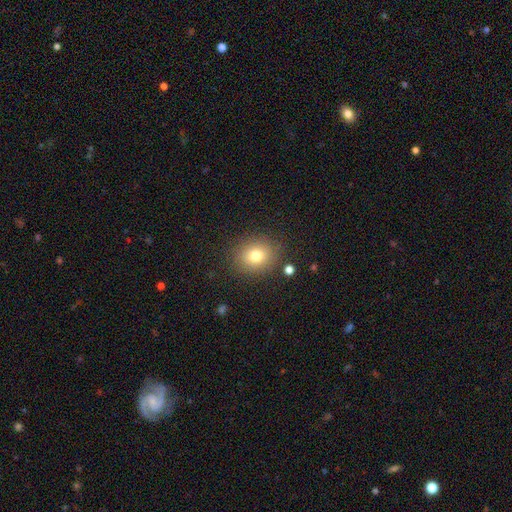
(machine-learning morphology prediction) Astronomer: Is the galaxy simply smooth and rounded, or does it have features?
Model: smooth — 77%.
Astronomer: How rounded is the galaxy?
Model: round — 68%.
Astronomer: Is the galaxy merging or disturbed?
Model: none — 86%.